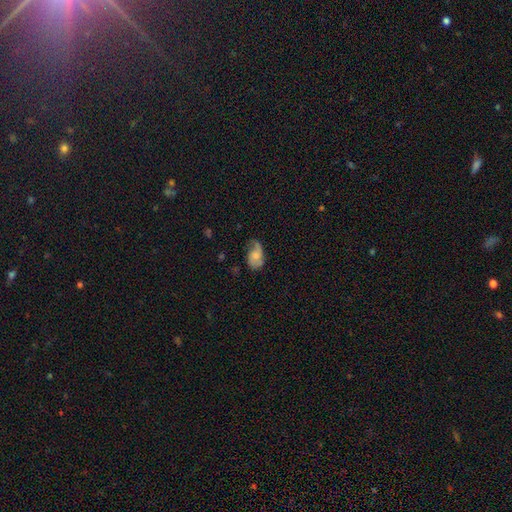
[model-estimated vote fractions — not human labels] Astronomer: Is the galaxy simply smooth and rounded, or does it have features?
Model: featured or disk — 52% (runner-up: smooth, 40%).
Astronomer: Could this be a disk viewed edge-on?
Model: no — 96%.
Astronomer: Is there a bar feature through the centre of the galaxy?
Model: no — 74%.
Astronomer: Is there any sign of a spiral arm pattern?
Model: yes — 84%.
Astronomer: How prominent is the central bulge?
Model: moderate — 44% (runner-up: small, 42%).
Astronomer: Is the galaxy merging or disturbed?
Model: none — 46% (runner-up: minor disturbance, 32%).